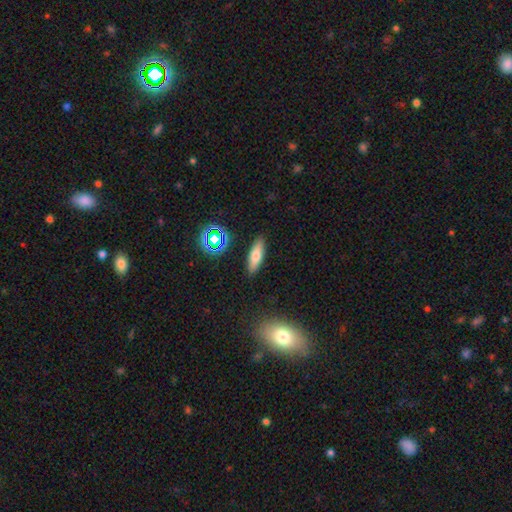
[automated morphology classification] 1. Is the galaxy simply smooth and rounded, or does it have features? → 68% smooth, 21% featured or disk, 11% star or artifact.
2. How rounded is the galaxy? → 49% in between, 48% cigar-shaped, 3% round.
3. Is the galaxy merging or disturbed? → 88% none, 8% minor disturbance, 2% major disturbance, 2% merger.